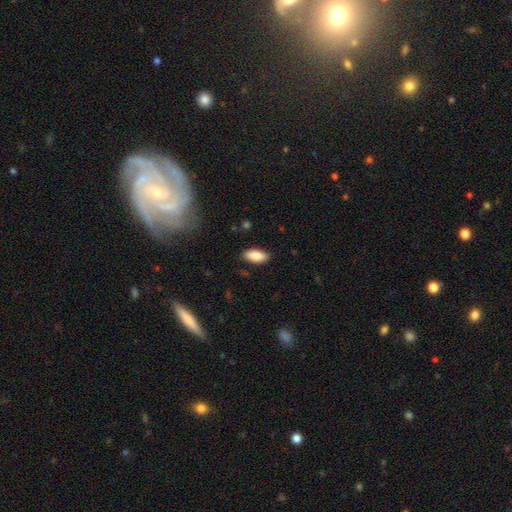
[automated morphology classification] The model was most divided on "merging": none: 85%, minor disturbance: 11%, major disturbance: 2%, merger: 1%. More confident: smooth or featured — smooth (87%); how rounded — in between (86%).